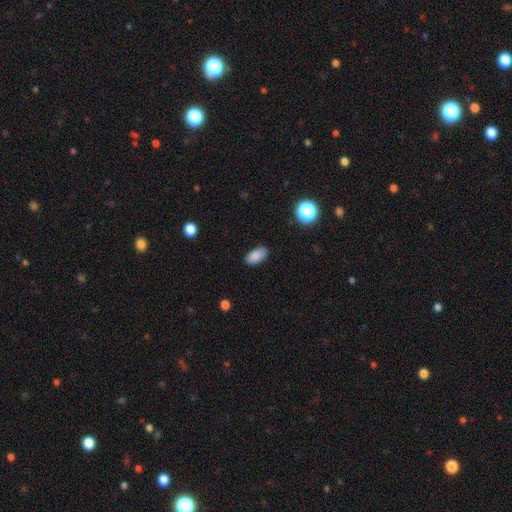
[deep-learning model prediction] Smooth or featured? Predicted: smooth (p=0.87). How rounded? Predicted: in between (p=0.93). Merging? Predicted: none (p=0.86).